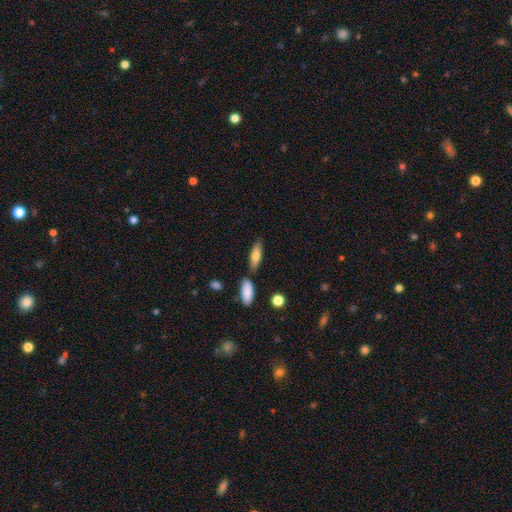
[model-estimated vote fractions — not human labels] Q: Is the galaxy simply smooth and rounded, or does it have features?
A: smooth — 74%.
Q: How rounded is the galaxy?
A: in between — 56%.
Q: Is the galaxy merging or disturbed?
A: none — 76%.